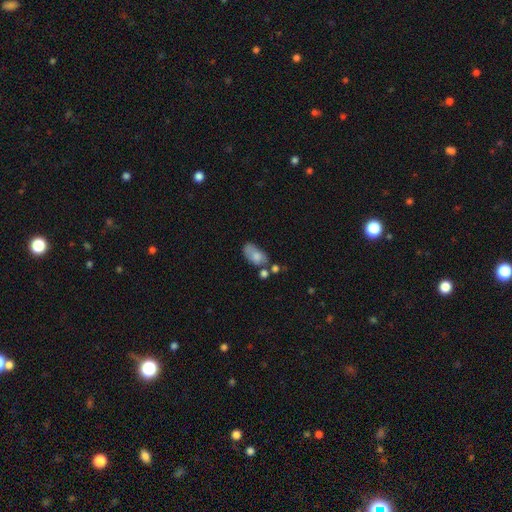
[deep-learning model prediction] The model was most divided on "merging": none: 31%, merger: 26%, minor disturbance: 26%, major disturbance: 17%. More confident: how rounded — in between (90%); smooth or featured — smooth (73%).